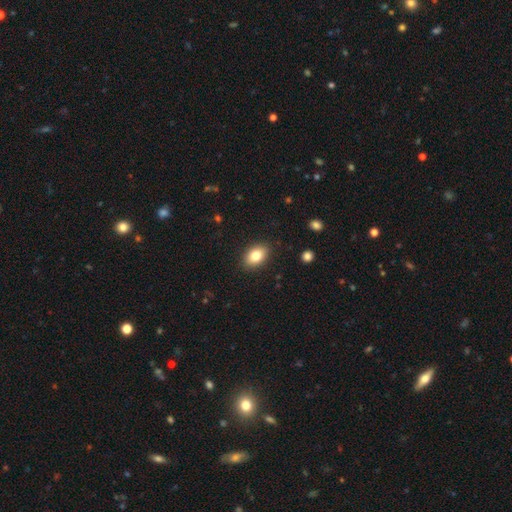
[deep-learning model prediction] Smooth or featured? smooth (81%)
How rounded? in between (83%)
Merging? none (88%)